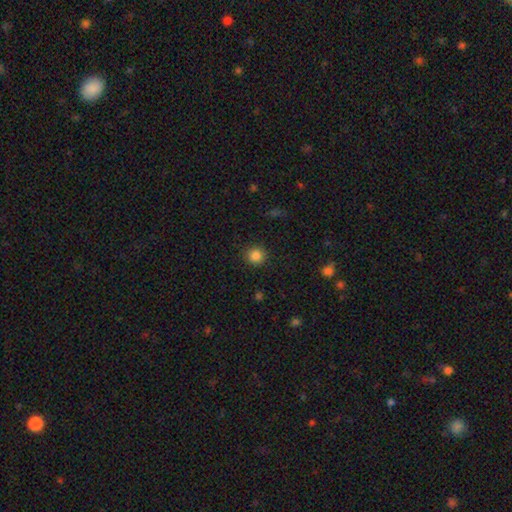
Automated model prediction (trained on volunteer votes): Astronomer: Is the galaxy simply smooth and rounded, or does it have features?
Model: smooth — 85%.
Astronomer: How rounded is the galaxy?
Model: round — 94%.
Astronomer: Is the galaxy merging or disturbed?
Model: none — 91%.